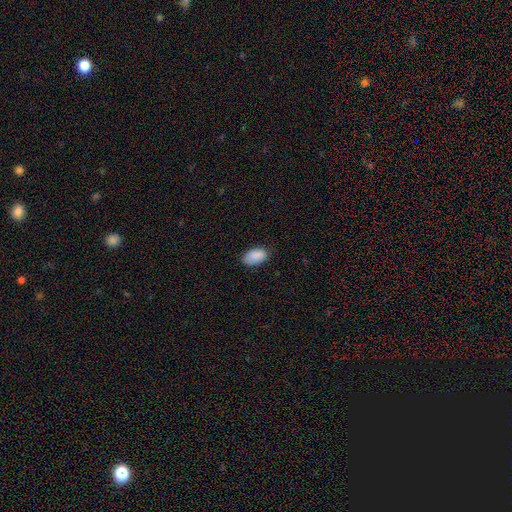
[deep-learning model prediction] Morphology: type=smooth (89%); roundness=in between (94%); merging=none (78%).